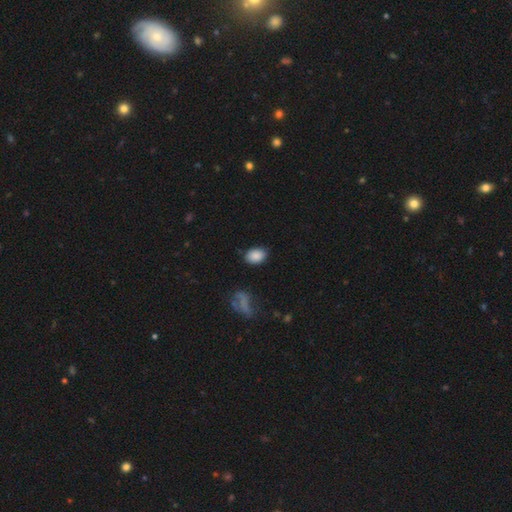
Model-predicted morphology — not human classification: This is clearly a smooth galaxy (87%). How rounded: clearly in between (83%). Merging: clearly none (81%).